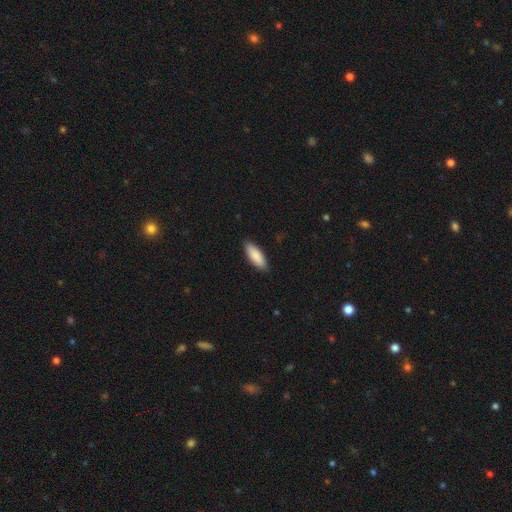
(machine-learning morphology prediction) Smooth or featured: smooth — 88% (featured or disk — 7%)
How rounded: in between — 71% (cigar-shaped — 27%)
Merging: none — 88% (minor disturbance — 9%)